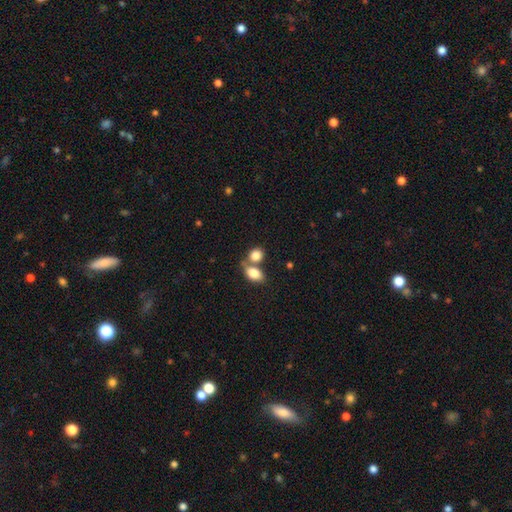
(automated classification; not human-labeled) smooth 83%, featured or disk 9%, star or artifact 8%. Down the decision tree: how rounded — in between (60%); merging — merger (48%).